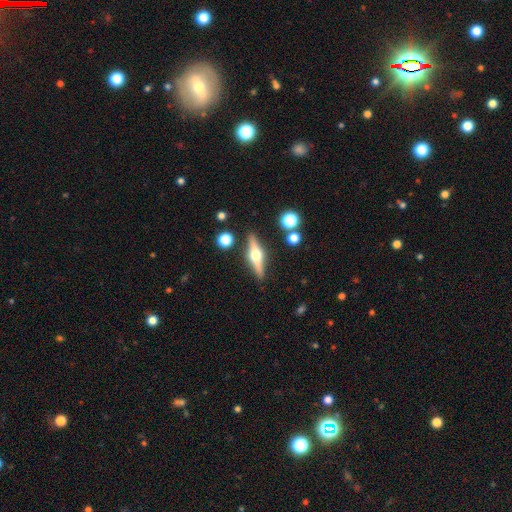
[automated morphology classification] A featured or disk galaxy (73%) viewed edge-on (96%) with a rounded central bulge (96%).

Vote fractions:
- Smooth or featured? featured or disk: 73% / smooth: 21% / star or artifact: 7%
- Edge-on disk? yes: 96% / no: 4%
- Edge-on bulge? rounded: 96% / boxy: 3% / none: 1%
- Merging? none: 88% / minor disturbance: 8% / merger: 3% / major disturbance: 2%